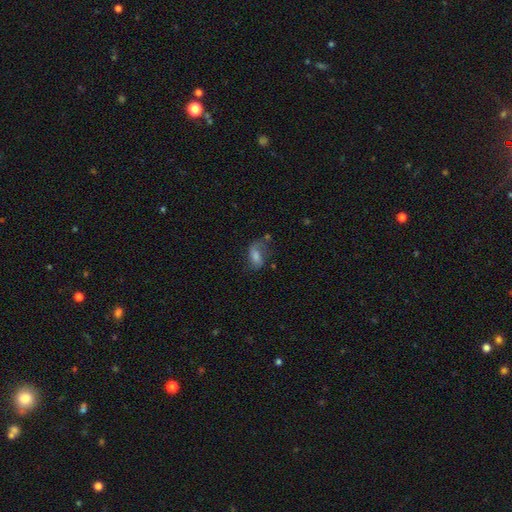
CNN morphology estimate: This appears to be a smooth galaxy with no disk features (48%). Merging: none (47%).